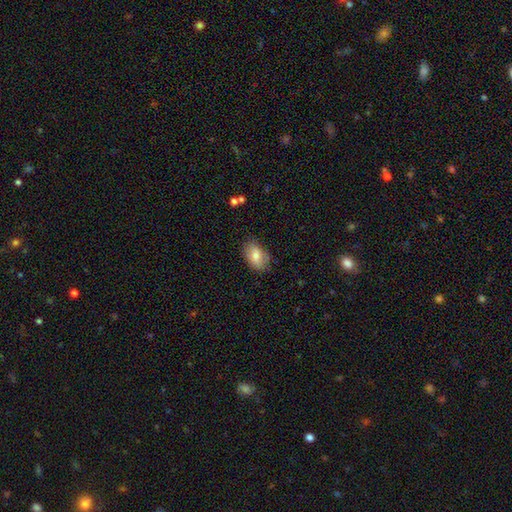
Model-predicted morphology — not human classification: This appears to be a smooth galaxy with no disk features (77%) that is in between round and cigar-shaped (89%). Merging: none (77%).